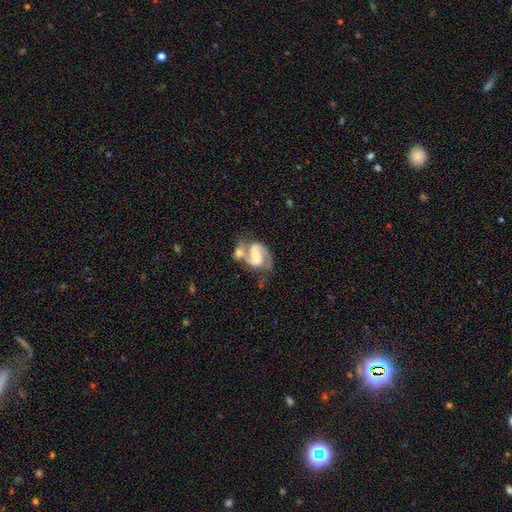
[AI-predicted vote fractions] This appears to be a featured or disk galaxy (85%) with a weak bar (43%), 2 (90%) medium (57%) spiral arms (95%) and a small central bulge (36%). Merging: none (39%).